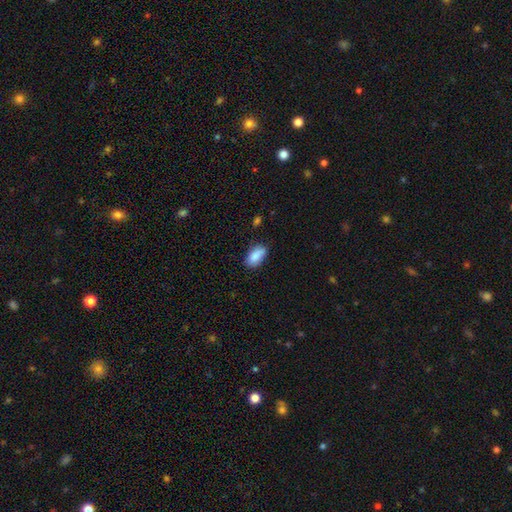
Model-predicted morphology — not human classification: This is clearly a smooth galaxy (87%). How rounded: clearly in between (91%). Merging: likely none (75%).